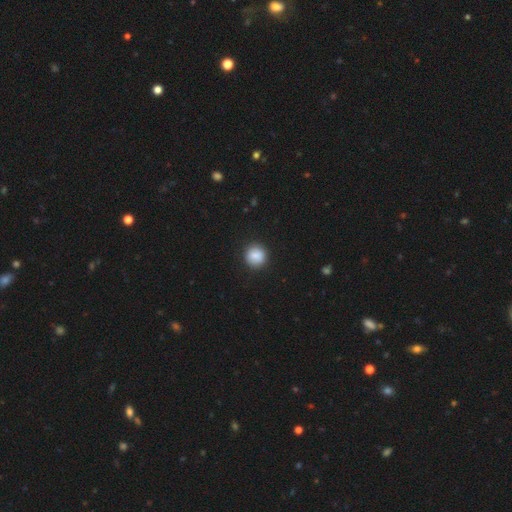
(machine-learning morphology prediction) A smooth galaxy with no disk features (86%) that is round (91%). Merging: none (90%).